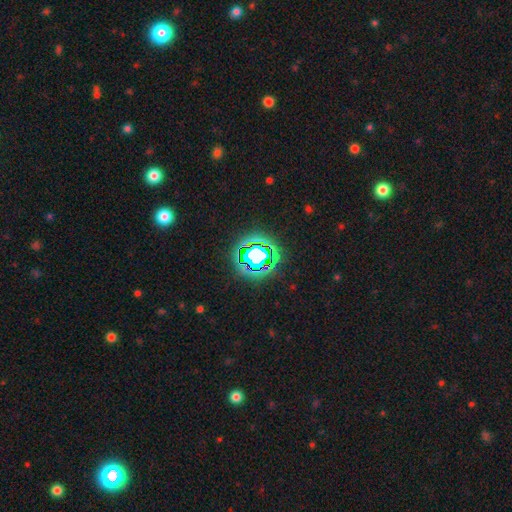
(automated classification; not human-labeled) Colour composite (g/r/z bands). It shows a star or artifact, not a galaxy (64%).